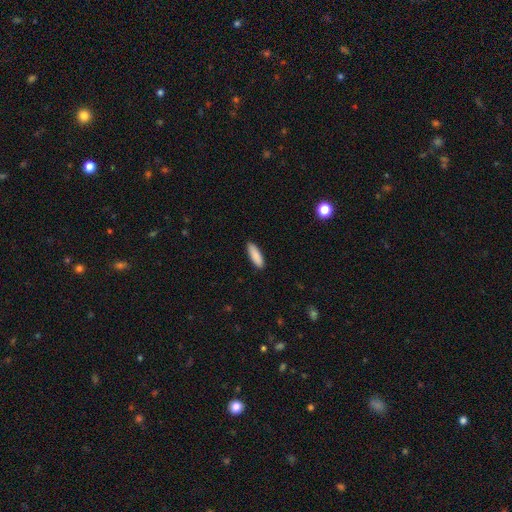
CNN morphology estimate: This is clearly a smooth galaxy (89%). How rounded: possibly in between (50%). Merging: clearly none (90%).